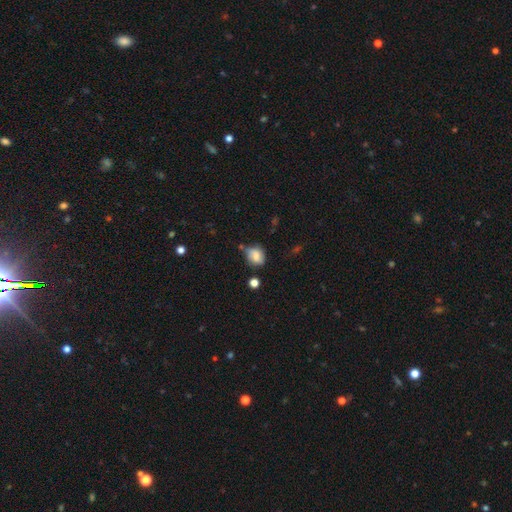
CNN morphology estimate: Smooth or featured?
  - smooth: 67% *
  - featured or disk: 22%
  - star or artifact: 11%
How rounded?
  - round: 49% * (tied)
  - in between: 49% * (tied)
  - cigar-shaped: 1%
Merging?
  - none: 49% *
  - minor disturbance: 31%
  - major disturbance: 11%
  - merger: 9%